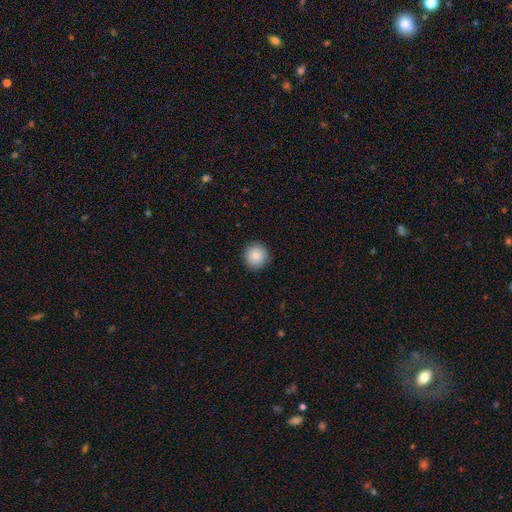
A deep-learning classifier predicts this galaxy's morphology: Smooth or featured? Predicted: smooth (p=0.85). How rounded? Predicted: round (p=0.95). Merging? Predicted: none (p=0.92).